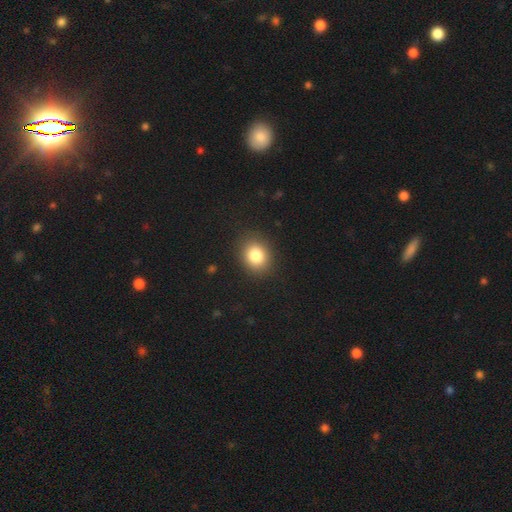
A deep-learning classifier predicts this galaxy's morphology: smooth_or_featured: smooth (p=0.82) [alt: star or artifact p=0.11]
how_rounded: round (p=0.59) [alt: in between p=0.40]
merging: none (p=0.89) [alt: minor disturbance p=0.08]